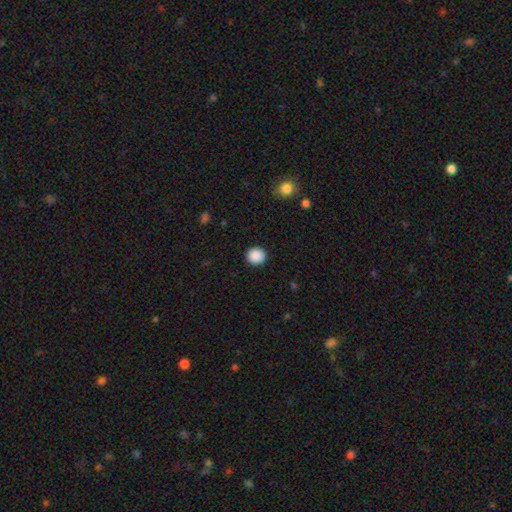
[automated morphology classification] Overall: smooth (89%). How rounded: round (87%). Merging: none (91%).